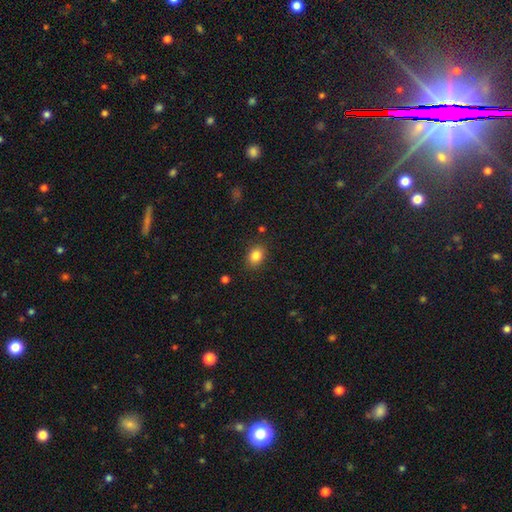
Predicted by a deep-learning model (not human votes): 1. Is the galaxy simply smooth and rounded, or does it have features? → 84% smooth, 10% star or artifact, 6% featured or disk.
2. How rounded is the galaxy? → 63% in between, 36% round, 1% cigar-shaped.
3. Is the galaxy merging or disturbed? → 86% none, 10% minor disturbance, 3% major disturbance, 2% merger.